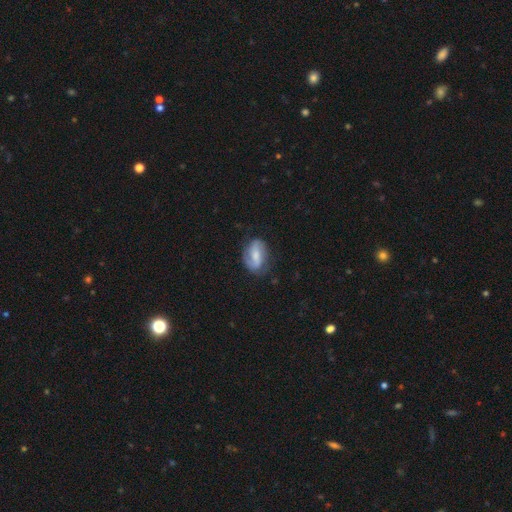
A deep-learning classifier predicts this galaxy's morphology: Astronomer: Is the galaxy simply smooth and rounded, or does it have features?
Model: featured or disk — 58% (runner-up: smooth, 35%).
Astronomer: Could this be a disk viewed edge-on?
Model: no — 96%.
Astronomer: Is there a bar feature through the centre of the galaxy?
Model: weak — 44% (runner-up: no, 29%).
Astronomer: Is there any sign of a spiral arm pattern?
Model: yes — 85%.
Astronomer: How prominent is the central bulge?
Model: moderate — 41% (runner-up: small, 35%).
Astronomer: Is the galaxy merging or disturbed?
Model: none — 67%.